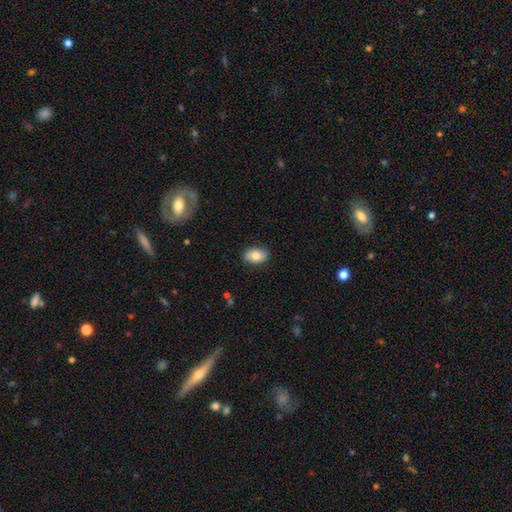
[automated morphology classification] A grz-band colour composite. It shows a smooth galaxy with no disk features (77%) that is in between round and cigar-shaped (87%). Merging: none (84%).